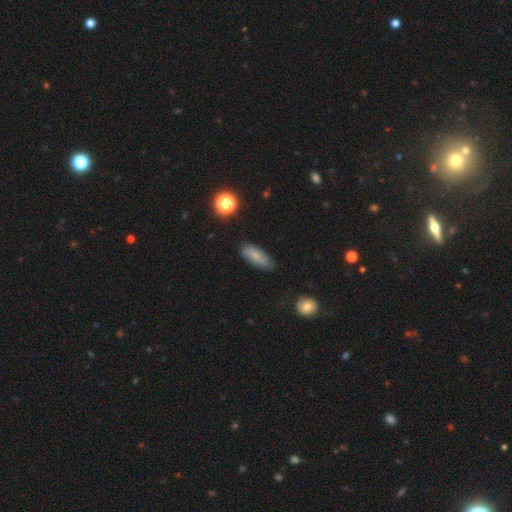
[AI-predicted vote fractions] The model was most divided on "merging": none: 73%, minor disturbance: 22%, major disturbance: 4%, merger: 2%. More confident: how rounded — in between (79%); smooth or featured — smooth (76%).